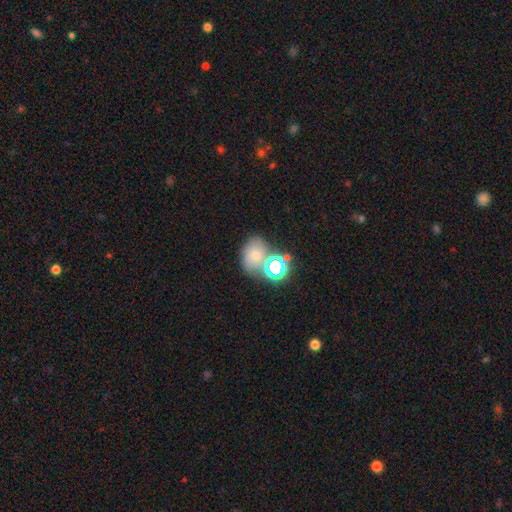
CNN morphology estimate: smooth 62%, star or artifact 22%, featured or disk 17%. Down the decision tree: how rounded — in between (57%); merging — none (51%).